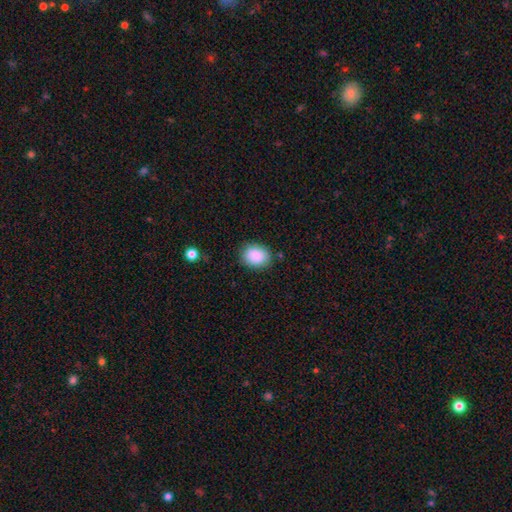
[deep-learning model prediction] smooth_or_featured: smooth (p=0.89) [alt: star or artifact p=0.07]
how_rounded: in between (p=0.54) [alt: round p=0.45]
merging: none (p=0.84) [alt: minor disturbance p=0.11]